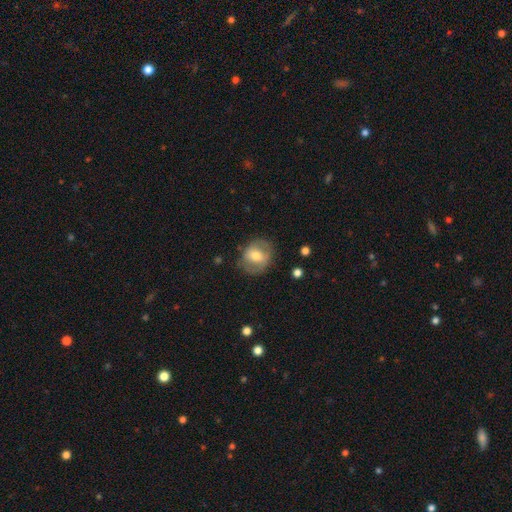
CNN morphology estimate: Overall: smooth (54%; featured or disk 38%). How rounded: round (65%; in between 34%). Merging: none (70%).